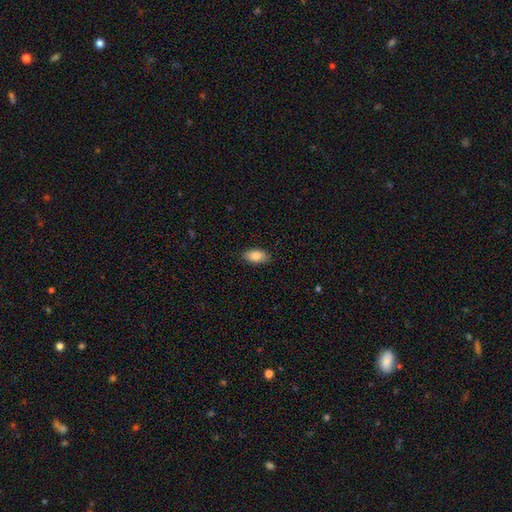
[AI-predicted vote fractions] Smooth or featured?
  - smooth: 86% *
  - star or artifact: 7%
  - featured or disk: 7%
How rounded?
  - in between: 92% *
  - round: 5%
  - cigar-shaped: 3%
Merging?
  - none: 86% *
  - minor disturbance: 11%
  - major disturbance: 2%
  - merger: 1%